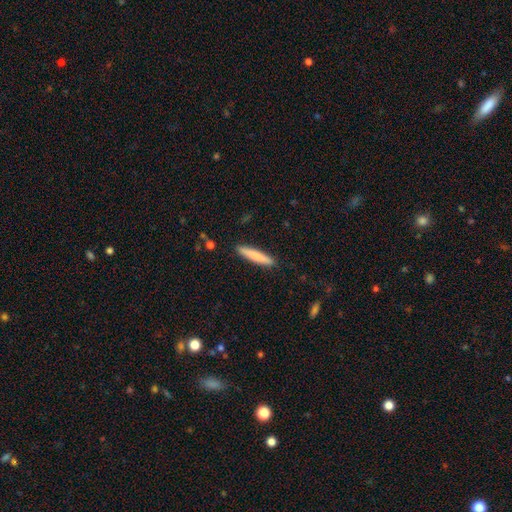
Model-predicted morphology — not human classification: This is likely a smooth galaxy (78%). How rounded: clearly cigar-shaped (92%). Merging: clearly none (90%).